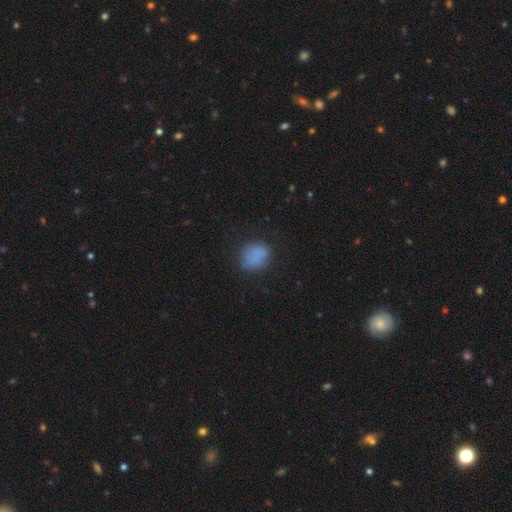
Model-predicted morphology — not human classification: The model was most divided on "how rounded": round: 57%, in between: 42%, cigar-shaped: 1%. More confident: smooth or featured — smooth (82%); merging — none (74%).